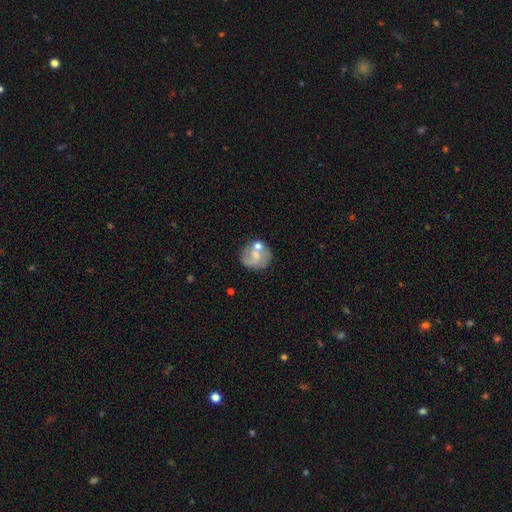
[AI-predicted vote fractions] Q: Smooth or featured?
A: featured or disk (56%); runner-up: smooth (36%)
Q: Edge-on disk?
A: no (98%); runner-up: yes (2%)
Q: Bar?
A: no (62%); runner-up: weak (32%)
Q: Spiral arms?
A: yes (66%); runner-up: no (34%)
Q: Bulge size?
A: small (40%); runner-up: moderate (39%)
Q: Merging?
A: none (52%); runner-up: merger (19%)